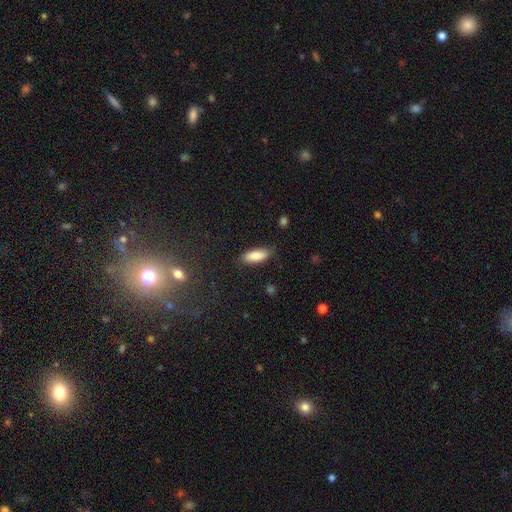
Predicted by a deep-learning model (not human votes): This is clearly a smooth galaxy (84%). How rounded: likely in between (73%). Merging: clearly none (83%).